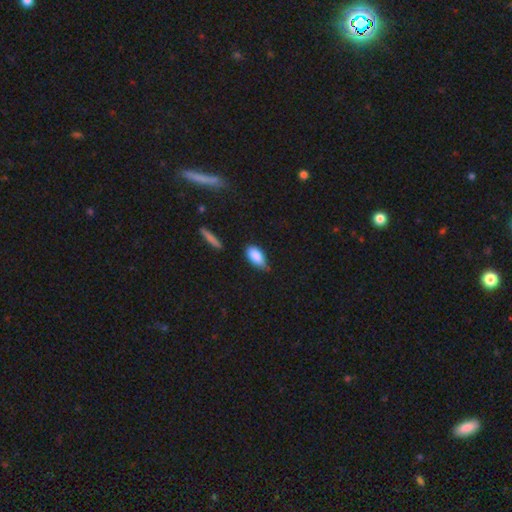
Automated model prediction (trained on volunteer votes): This appears to be a smooth galaxy with no disk features (87%) that is in between round and cigar-shaped (90%). Merging: none (59%).